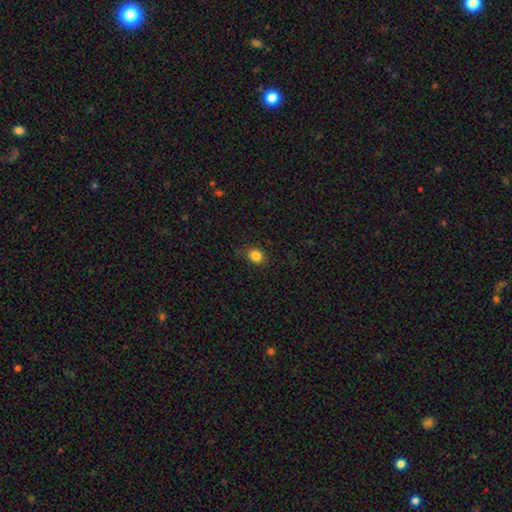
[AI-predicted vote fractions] This is clearly a smooth galaxy (84%). How rounded: likely round (70%). Merging: clearly none (82%).